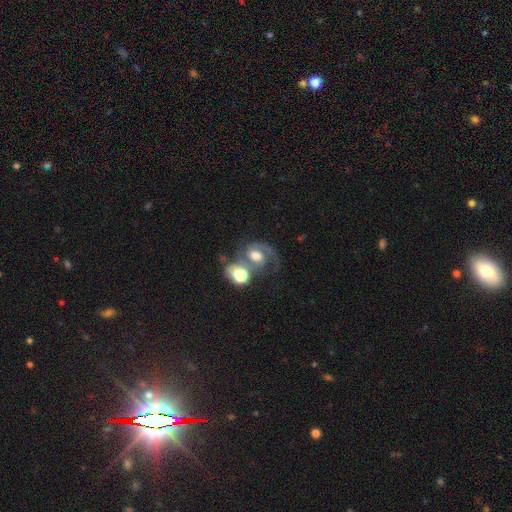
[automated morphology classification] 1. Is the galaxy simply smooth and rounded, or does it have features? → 75% featured or disk, 18% smooth, 8% star or artifact.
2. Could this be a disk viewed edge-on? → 97% no, 3% yes.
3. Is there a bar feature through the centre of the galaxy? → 54% no, 35% weak, 11% strong.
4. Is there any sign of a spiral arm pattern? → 92% yes, 8% no.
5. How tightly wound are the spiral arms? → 49% medium, 27% tight, 24% loose.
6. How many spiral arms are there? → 61% 2, 31% 1, 5% can't tell, 1% 3, 1% 4, 1% more than 4.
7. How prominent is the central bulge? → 57% moderate, 26% large, 11% small, 3% none, 3% dominant.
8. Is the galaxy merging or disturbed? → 47% merger, 28% none, 14% major disturbance, 11% minor disturbance.